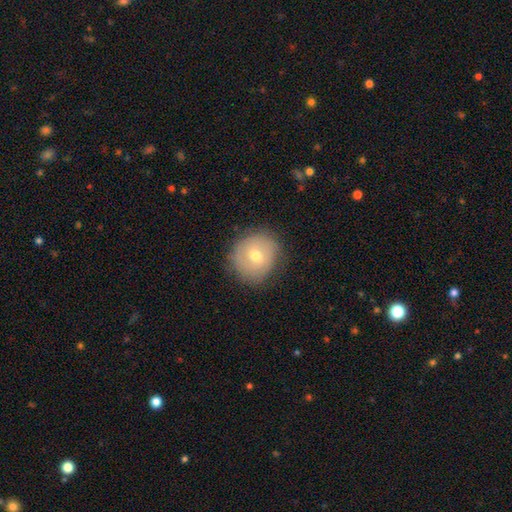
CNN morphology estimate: Smooth or featured? smooth (59%)
How rounded? round (86%)
Merging? none (80%)